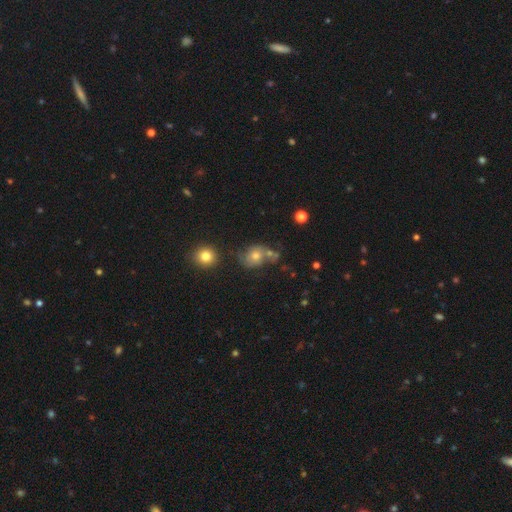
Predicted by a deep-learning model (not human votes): Morphology: type=smooth (54%); roundness=round (61%); merging=none (51%).